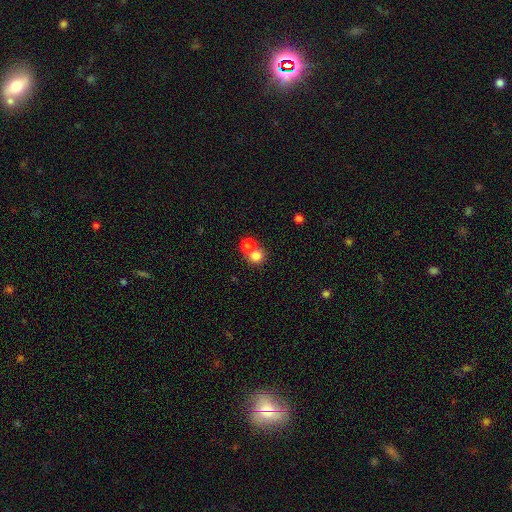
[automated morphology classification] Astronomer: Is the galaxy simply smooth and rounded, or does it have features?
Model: smooth — 78%.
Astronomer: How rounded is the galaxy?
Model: round — 87%.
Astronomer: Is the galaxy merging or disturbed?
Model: none — 47% (runner-up: merger, 45%).